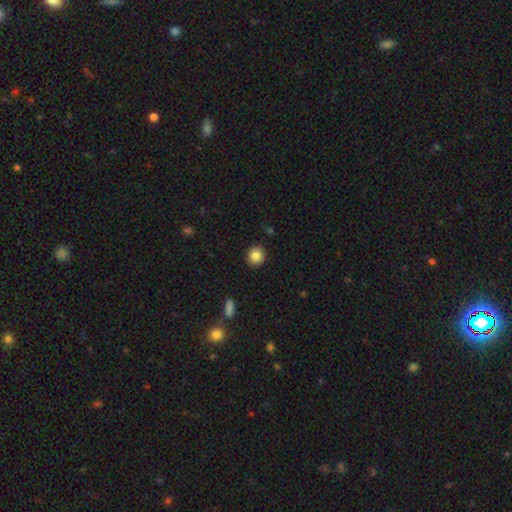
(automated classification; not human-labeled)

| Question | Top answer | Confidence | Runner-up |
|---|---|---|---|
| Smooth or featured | smooth | 85% | star or artifact (10%) |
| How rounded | round | 91% | in between (8%) |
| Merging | none | 92% | minor disturbance (5%) |